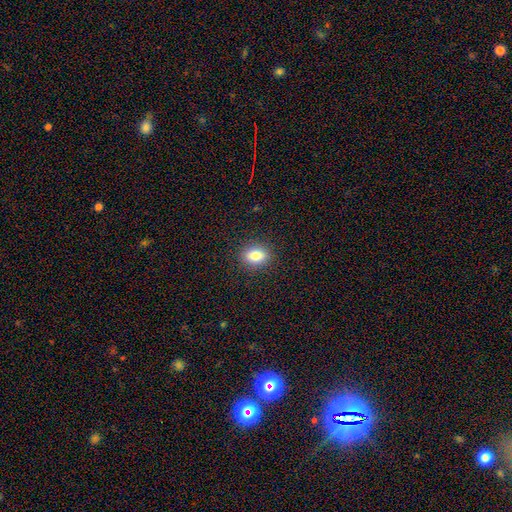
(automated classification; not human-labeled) Overall: smooth (80%). How rounded: in between (61%; round 37%). Merging: none (90%).